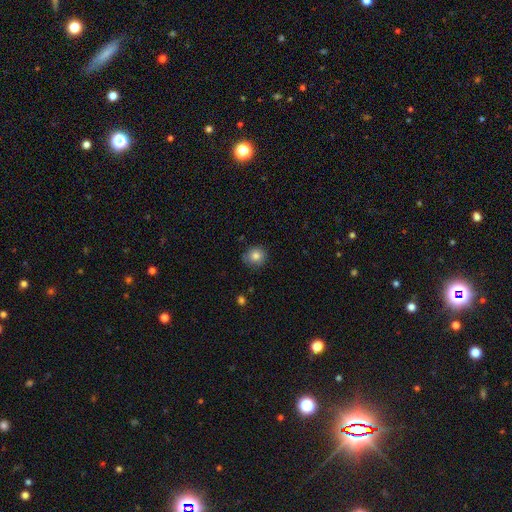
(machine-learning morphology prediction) smooth 83%, star or artifact 10%, featured or disk 7%. Down the decision tree: how rounded — round (88%); merging — none (82%).